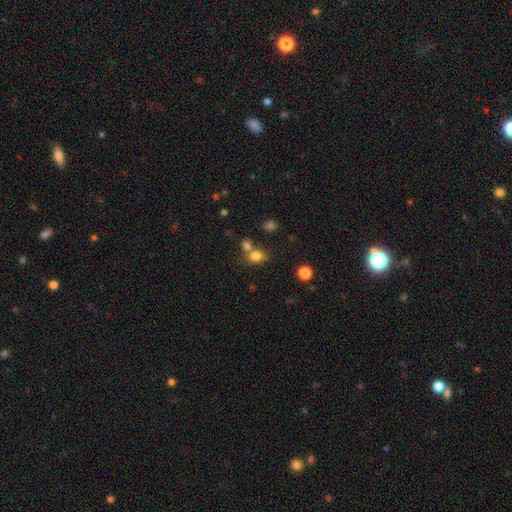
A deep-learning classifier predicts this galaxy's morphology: A smooth galaxy with no disk features (78%) that is round (59%). Merging: none (50%).